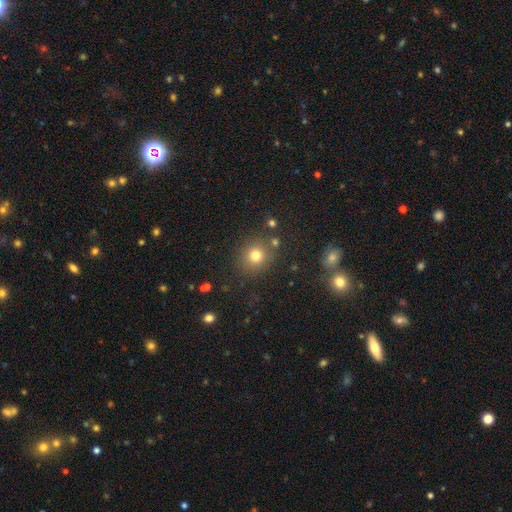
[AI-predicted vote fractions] Overall: smooth (77%). How rounded: round (85%). Merging: none (81%).